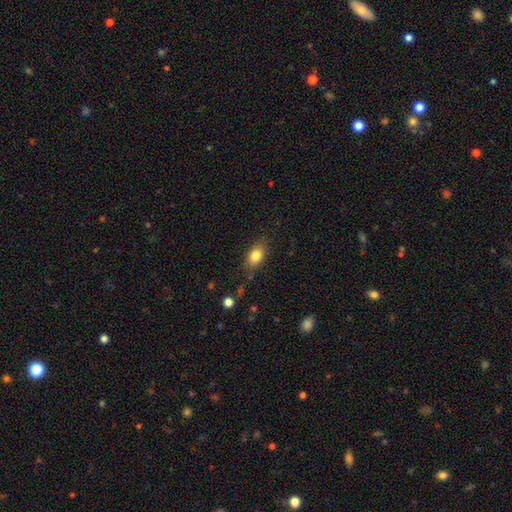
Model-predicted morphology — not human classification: A smooth galaxy with no disk features (82%) that is in between round and cigar-shaped (81%).

Vote fractions:
- Smooth or featured? smooth: 82% / featured or disk: 9% / star or artifact: 9%
- How rounded? in between: 81% / round: 16% / cigar-shaped: 3%
- Merging? none: 80% / minor disturbance: 15% / major disturbance: 4% / merger: 2%